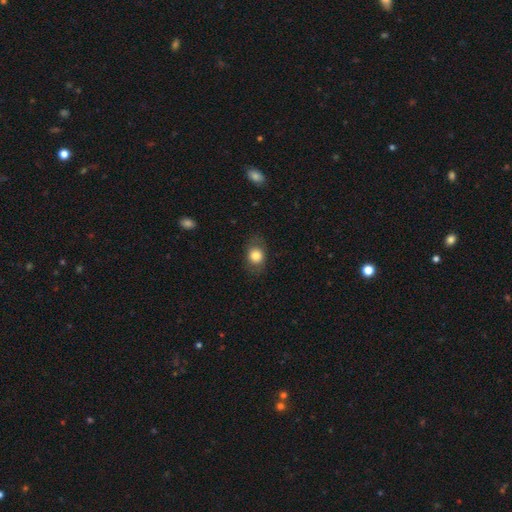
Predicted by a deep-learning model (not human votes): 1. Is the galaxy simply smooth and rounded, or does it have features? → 78% smooth, 13% featured or disk, 8% star or artifact.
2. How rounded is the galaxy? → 55% in between, 43% round, 1% cigar-shaped.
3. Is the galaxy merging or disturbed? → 79% none, 14% minor disturbance, 6% major disturbance, 1% merger.